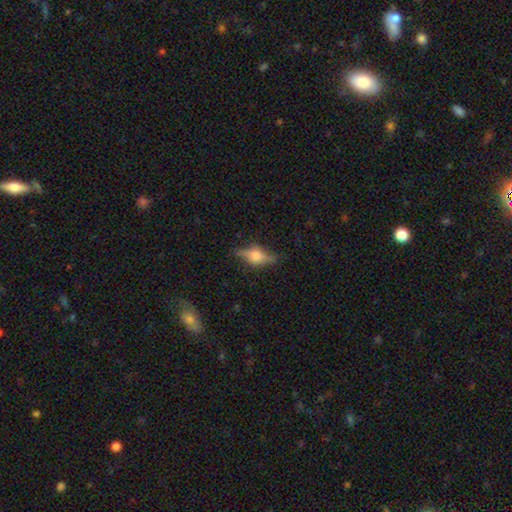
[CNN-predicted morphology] A featured or disk galaxy (59%) viewed edge-on (93%) with a rounded central bulge (90%). Merging: none (78%).